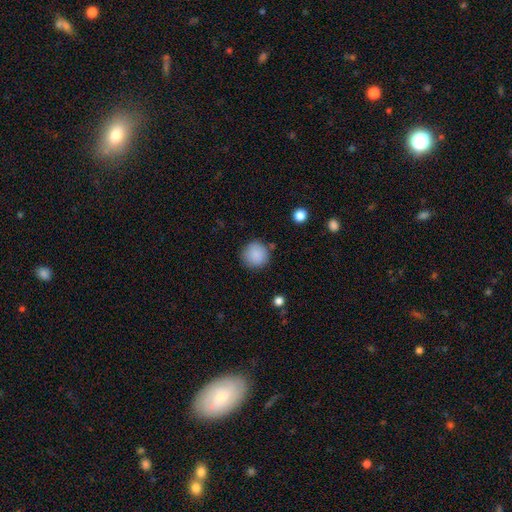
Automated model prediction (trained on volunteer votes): smooth_or_featured: smooth (p=0.88) [alt: star or artifact p=0.08]
how_rounded: round (p=0.94) [alt: in between p=0.05]
merging: none (p=0.84) [alt: minor disturbance p=0.10]